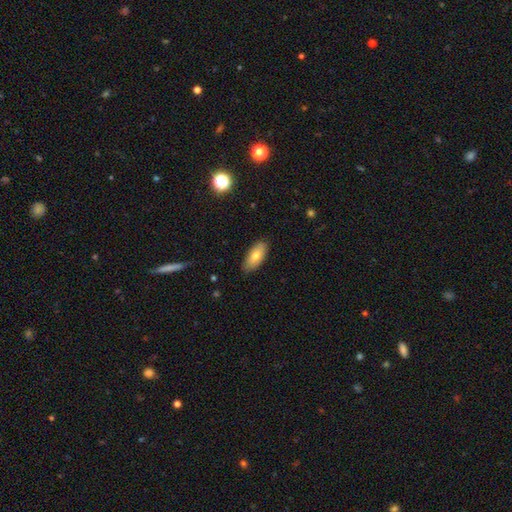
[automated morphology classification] Overall: smooth (74%). How rounded: in between (86%). Merging: none (86%).